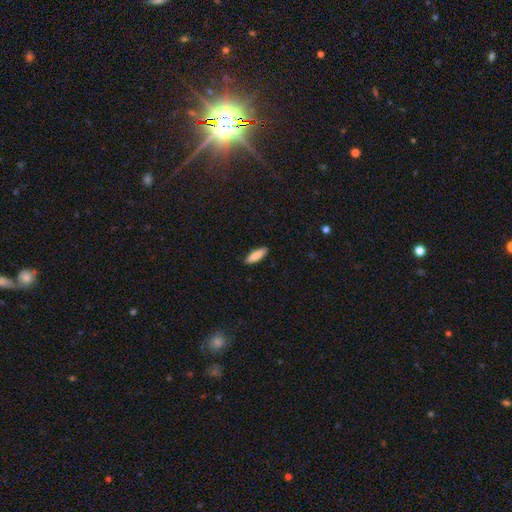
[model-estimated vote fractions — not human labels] Q: Smooth or featured?
A: smooth (83%); runner-up: featured or disk (11%)
Q: How rounded?
A: in between (51%); runner-up: cigar-shaped (47%)
Q: Merging?
A: none (89%); runner-up: minor disturbance (9%)